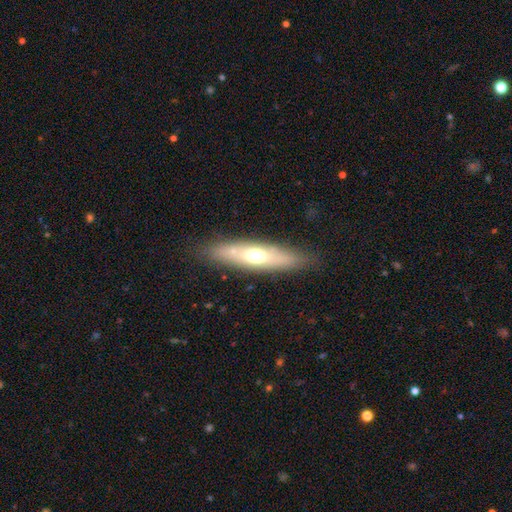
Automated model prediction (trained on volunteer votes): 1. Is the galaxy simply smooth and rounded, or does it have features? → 52% smooth, 41% featured or disk, 7% star or artifact.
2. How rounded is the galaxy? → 63% cigar-shaped, 34% in between, 2% round.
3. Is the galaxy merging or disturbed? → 82% none, 12% minor disturbance, 4% major disturbance, 2% merger.